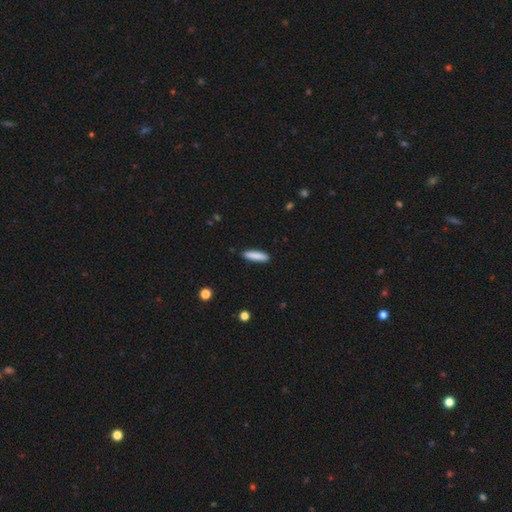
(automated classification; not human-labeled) Q: Smooth or featured?
A: smooth (86%); runner-up: featured or disk (9%)
Q: How rounded?
A: cigar-shaped (82%); runner-up: in between (17%)
Q: Merging?
A: none (90%); runner-up: minor disturbance (7%)